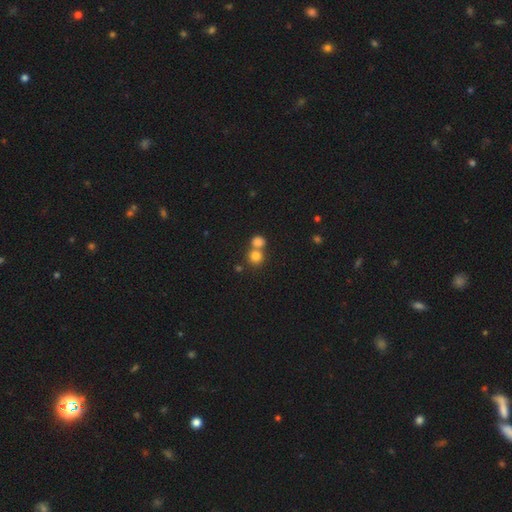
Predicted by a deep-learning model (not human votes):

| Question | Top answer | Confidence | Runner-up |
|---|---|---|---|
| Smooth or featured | smooth | 79% | star or artifact (13%) |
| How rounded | round | 87% | in between (12%) |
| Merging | none | 51% | merger (41%) |